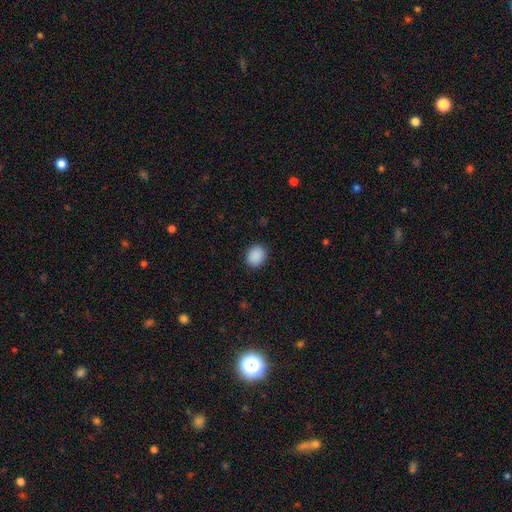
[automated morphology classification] Smooth or featured? smooth (90%)
How rounded? round (59%)
Merging? none (90%)